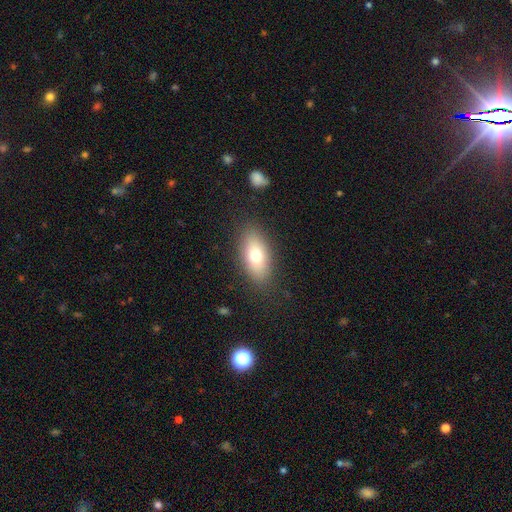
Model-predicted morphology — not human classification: A smooth galaxy with no disk features (72%) that is in between round and cigar-shaped (88%).

Vote fractions:
- Smooth or featured? smooth: 72% / featured or disk: 19% / star or artifact: 9%
- How rounded? in between: 88% / cigar-shaped: 6% / round: 6%
- Merging? none: 85% / minor disturbance: 10% / major disturbance: 4% / merger: 1%